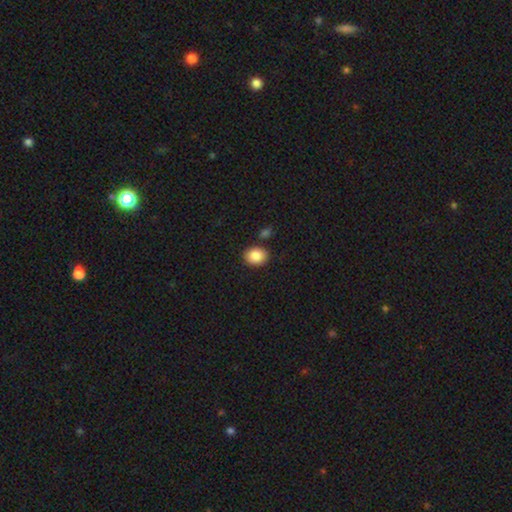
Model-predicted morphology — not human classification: Q: Smooth or featured?
A: smooth (87%); runner-up: star or artifact (8%)
Q: How rounded?
A: in between (57%); runner-up: round (42%)
Q: Merging?
A: none (85%); runner-up: minor disturbance (8%)